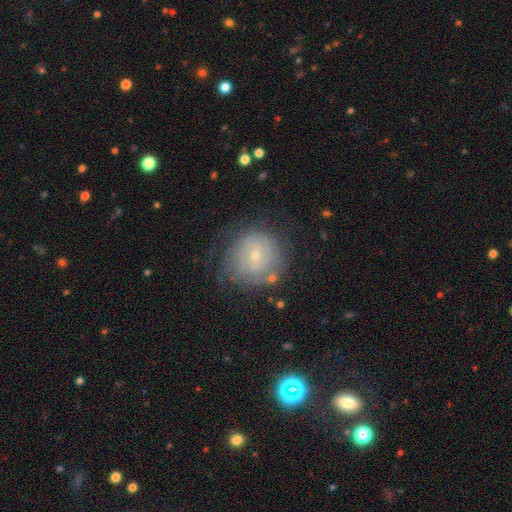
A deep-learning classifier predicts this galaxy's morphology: The model was most divided on "bar": no: 62%, weak: 32%, strong: 6%. More confident: edge-on disk — no (97%); spiral arms — yes (79%); bulge size — small (76%); merging — none (69%); smooth or featured — featured or disk (61%).